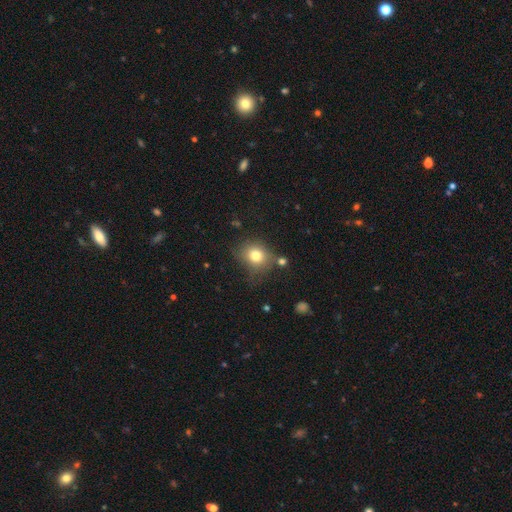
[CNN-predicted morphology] smooth 77%, star or artifact 13%, featured or disk 10%. Down the decision tree: how rounded — round (73%); merging — none (67%).